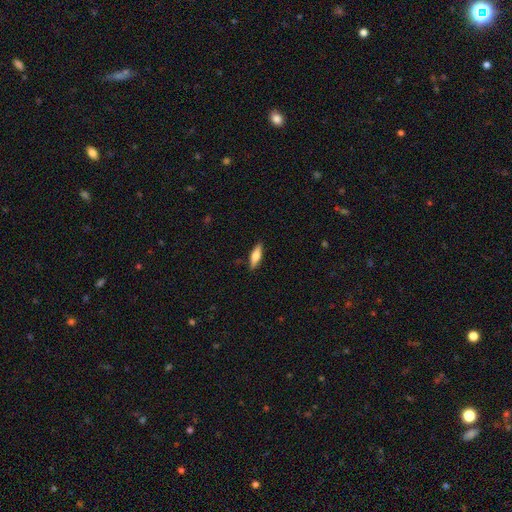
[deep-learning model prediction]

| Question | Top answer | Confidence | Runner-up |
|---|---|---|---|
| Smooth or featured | smooth | 65% | featured or disk (28%) |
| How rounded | cigar-shaped | 49% | tied: in between (49%) |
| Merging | none | 87% | minor disturbance (10%) |